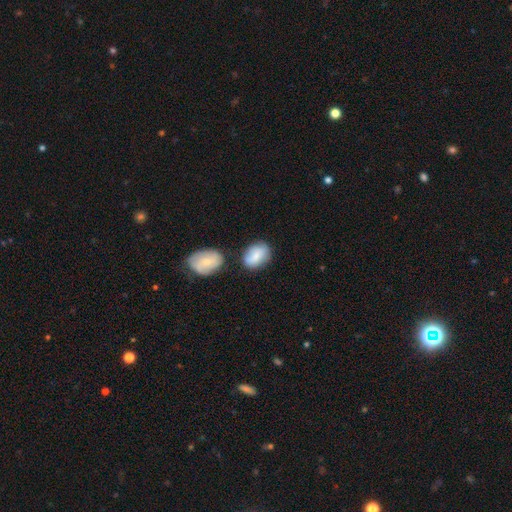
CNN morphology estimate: Smooth or featured? smooth (74%)
How rounded? in between (80%)
Merging? none (62%)